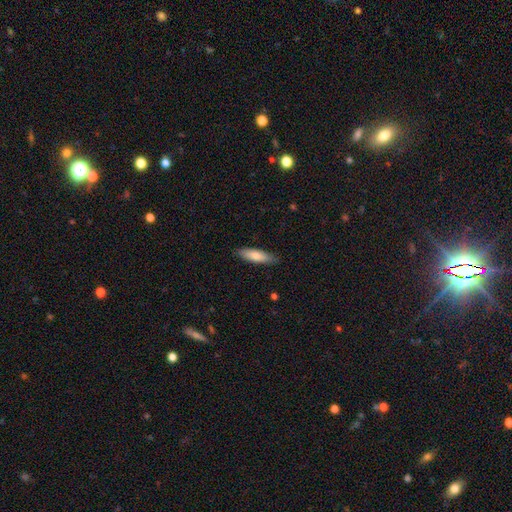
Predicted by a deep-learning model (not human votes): This appears to be a smooth galaxy with no disk features (74%) that is cigar-shaped (56%). Merging: none (86%).